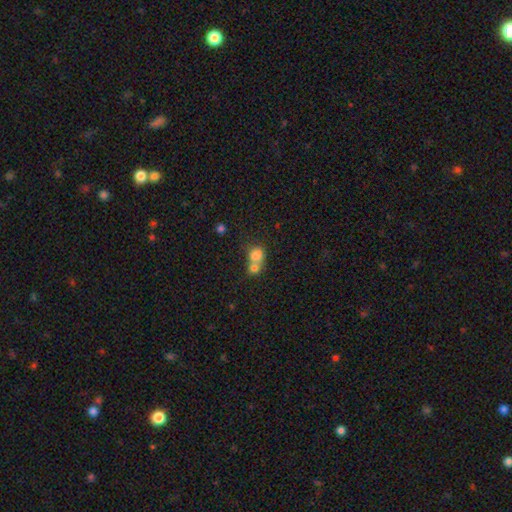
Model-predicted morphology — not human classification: A smooth galaxy with no disk features (75%) that is round (66%). Merging: merger (68%).